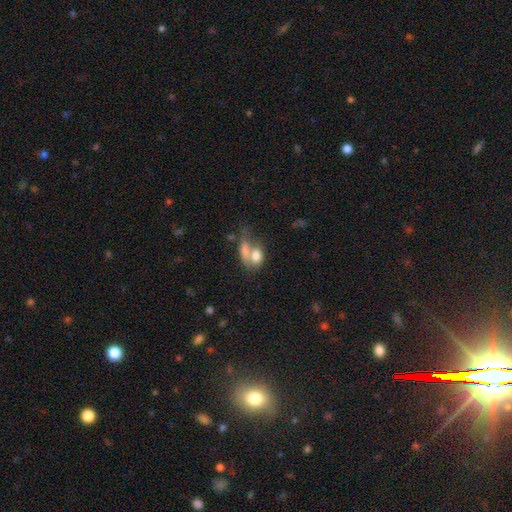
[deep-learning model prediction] A smooth galaxy with no disk features (71%) that is in between round and cigar-shaped (70%).

Vote fractions:
- Smooth or featured? smooth: 71% / featured or disk: 18% / star or artifact: 10%
- How rounded? in between: 70% / round: 25% / cigar-shaped: 6%
- Merging? merger: 58% / none: 23% / major disturbance: 10% / minor disturbance: 9%